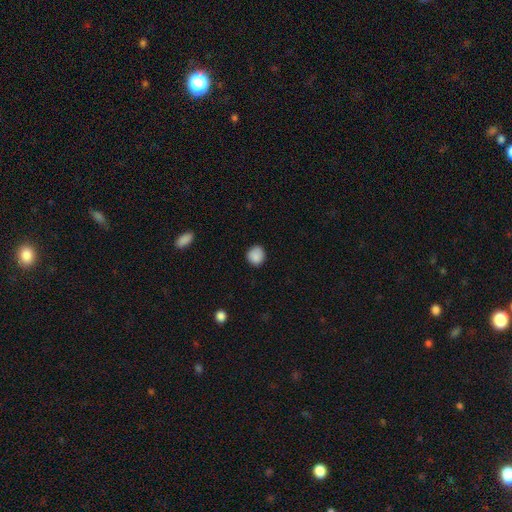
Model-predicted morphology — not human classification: smooth_or_featured: smooth (p=0.88) [alt: star or artifact p=0.09]
how_rounded: round (p=0.85) [alt: in between p=0.14]
merging: none (p=0.85) [alt: minor disturbance p=0.11]